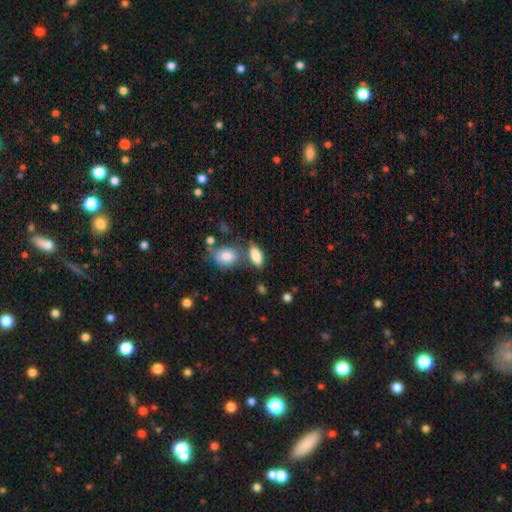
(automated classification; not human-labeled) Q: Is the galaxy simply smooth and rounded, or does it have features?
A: smooth — 84%.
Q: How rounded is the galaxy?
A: in between — 86%.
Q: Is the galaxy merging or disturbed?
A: none — 64%.